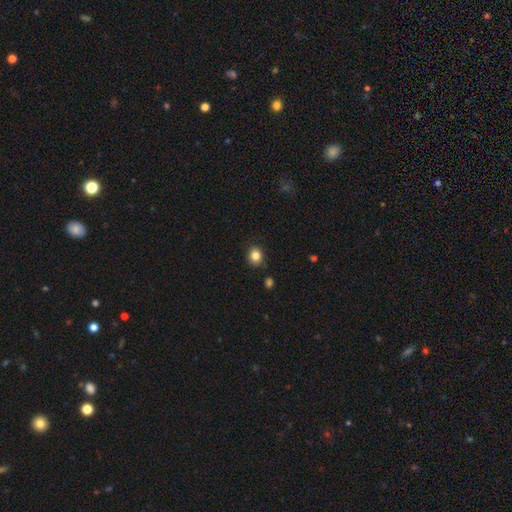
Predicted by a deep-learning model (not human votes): This appears to be a smooth galaxy with no disk features (83%) that is round (73%). Merging: none (86%).